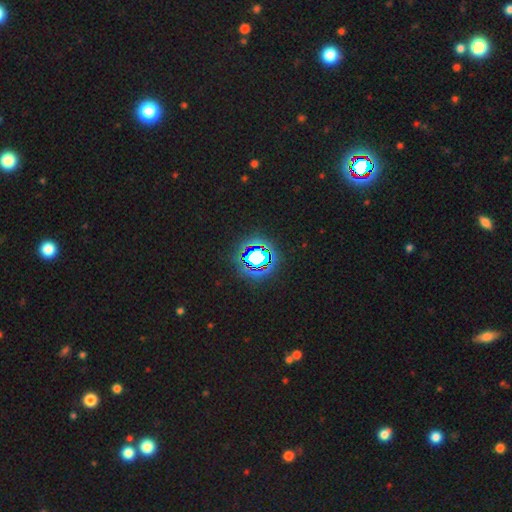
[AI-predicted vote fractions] Overall: star or artifact (82%).